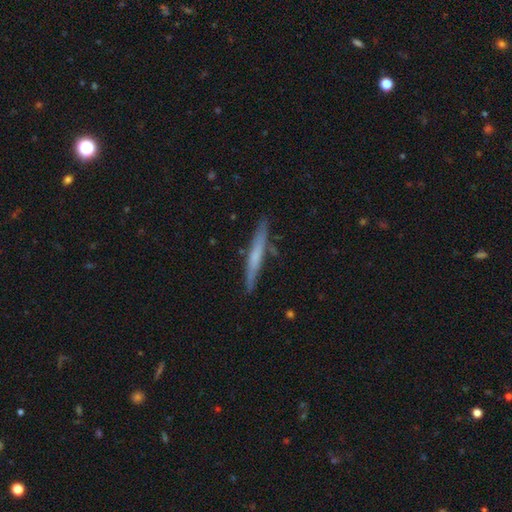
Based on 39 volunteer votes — A smooth galaxy with no disk features (54%) that is cigar-shaped (95%). Merging: none (87%).